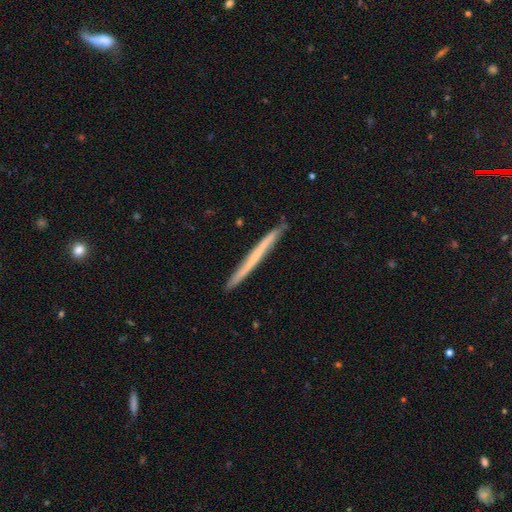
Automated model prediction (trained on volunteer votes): Morphology: type=smooth (47%, tied with featured or disk); merging=none (90%).